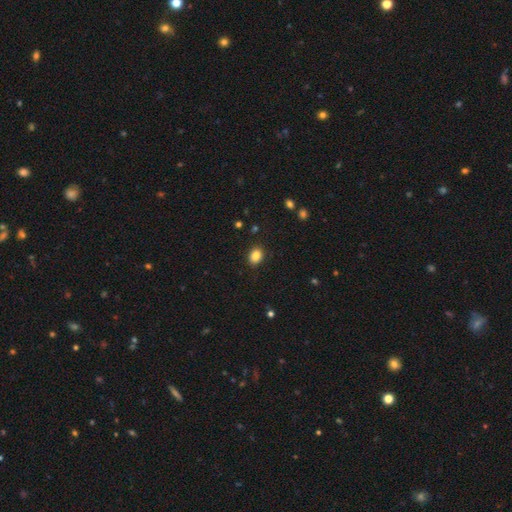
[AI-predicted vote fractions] Morphology: type=smooth (86%); roundness=in between (63%); merging=none (88%).